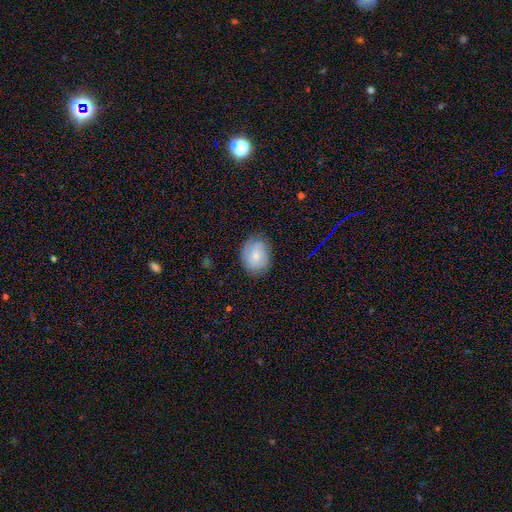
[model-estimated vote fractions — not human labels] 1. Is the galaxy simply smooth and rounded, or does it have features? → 74% smooth, 18% featured or disk, 8% star or artifact.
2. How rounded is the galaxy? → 61% in between, 38% round, 1% cigar-shaped.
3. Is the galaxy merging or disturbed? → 78% none, 17% minor disturbance, 4% major disturbance, 1% merger.